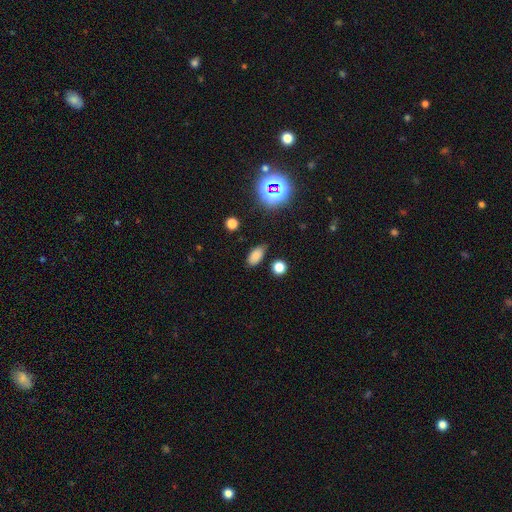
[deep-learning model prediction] Morphology: type=smooth (76%); roundness=in between (89%); merging=none (78%).